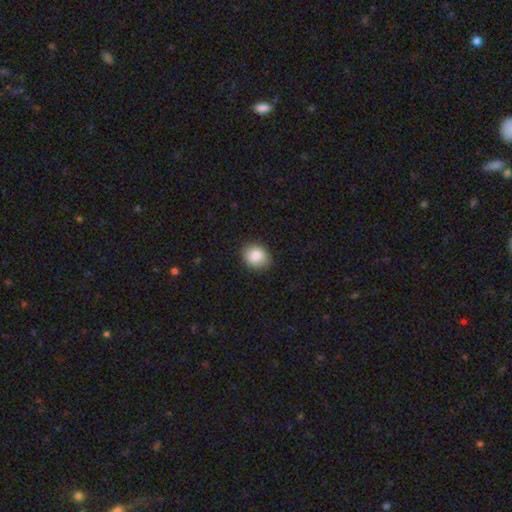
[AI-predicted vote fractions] This is clearly a smooth galaxy (86%). How rounded: possibly round (60%). Merging: clearly none (86%).